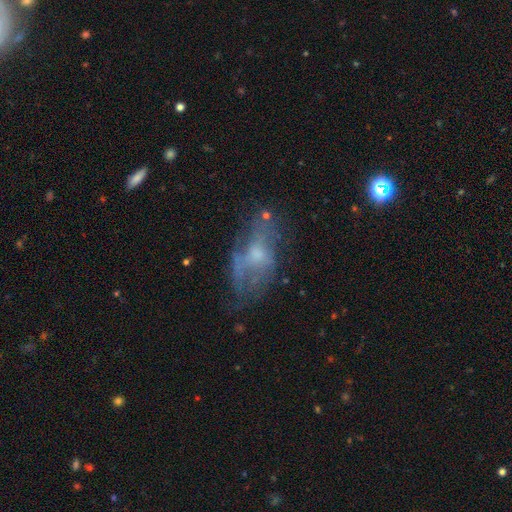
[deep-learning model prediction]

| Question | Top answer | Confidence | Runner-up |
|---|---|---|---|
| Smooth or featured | featured or disk | 56% | smooth (32%) |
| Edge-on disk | no | 90% | yes (10%) |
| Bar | no | 79% | weak (18%) |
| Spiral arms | no | 65% | yes (35%) |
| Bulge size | small | 41% | moderate (40%) |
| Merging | none | 47% | minor disturbance (25%) |